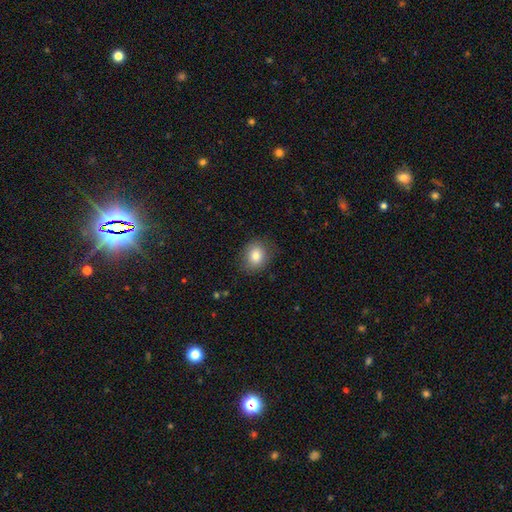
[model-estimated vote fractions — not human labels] The model was most divided on "how rounded": round: 64%, in between: 35%, cigar-shaped: 1%. More confident: merging — none (82%); smooth or featured — smooth (80%).